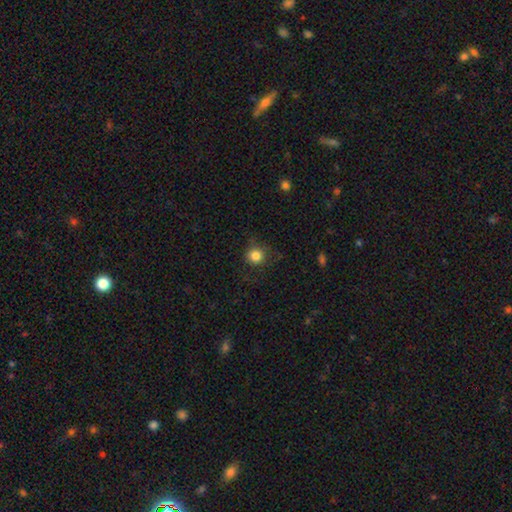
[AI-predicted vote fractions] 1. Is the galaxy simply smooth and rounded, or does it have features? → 83% smooth, 11% star or artifact, 5% featured or disk.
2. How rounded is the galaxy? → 93% round, 6% in between, 1% cigar-shaped.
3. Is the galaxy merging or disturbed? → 80% none, 14% minor disturbance, 5% major disturbance, 1% merger.